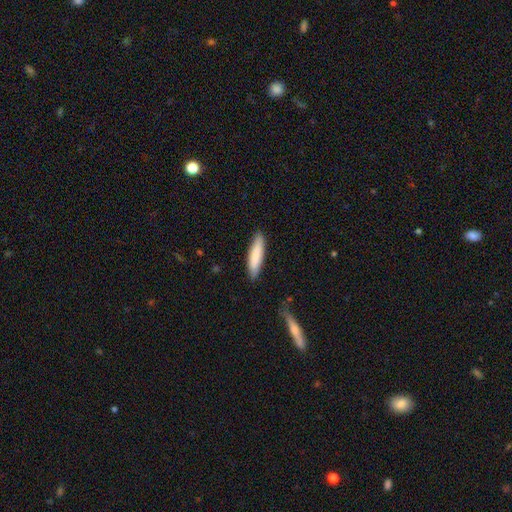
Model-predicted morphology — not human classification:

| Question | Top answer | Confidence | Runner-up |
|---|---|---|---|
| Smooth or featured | smooth | 82% | featured or disk (13%) |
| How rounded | cigar-shaped | 79% | in between (20%) |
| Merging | none | 86% | minor disturbance (11%) |